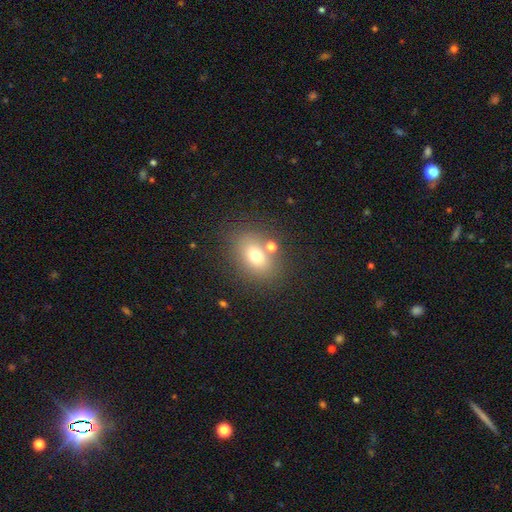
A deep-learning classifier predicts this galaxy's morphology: Overall: smooth (71%). How rounded: in between (63%; round 36%). Merging: none (70%).